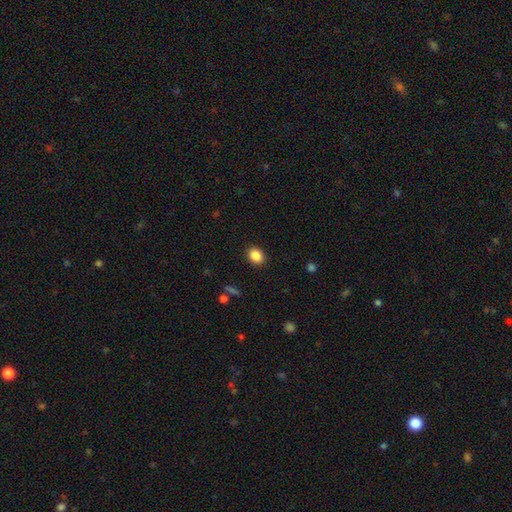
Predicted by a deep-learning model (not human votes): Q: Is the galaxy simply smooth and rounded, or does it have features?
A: smooth — 87%.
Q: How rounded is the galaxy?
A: in between — 55%.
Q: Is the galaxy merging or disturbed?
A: none — 90%.